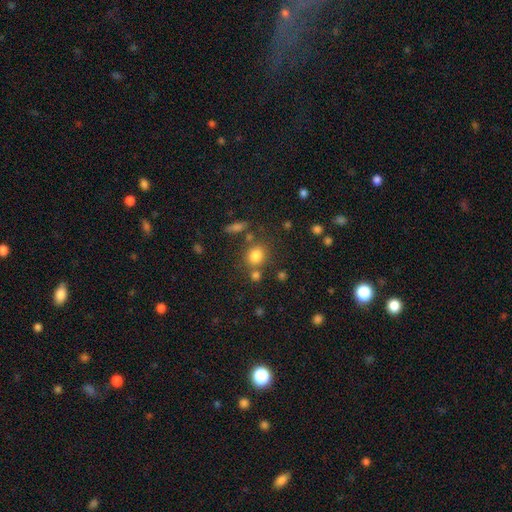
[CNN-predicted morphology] Smooth or featured? smooth (80%)
How rounded? round (68%)
Merging? none (68%)